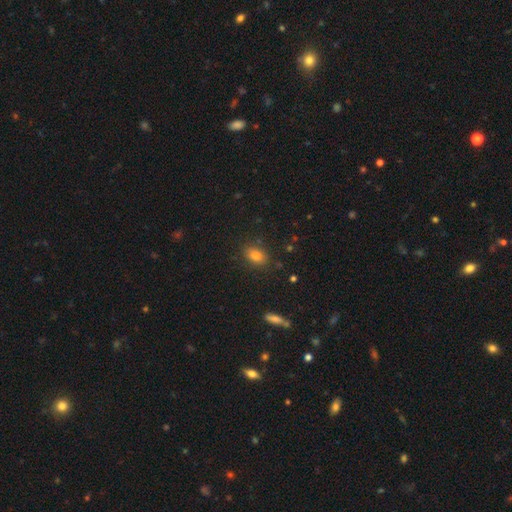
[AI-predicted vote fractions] This appears to be a smooth galaxy with no disk features (81%) that is in between round and cigar-shaped (75%). Merging: none (84%).